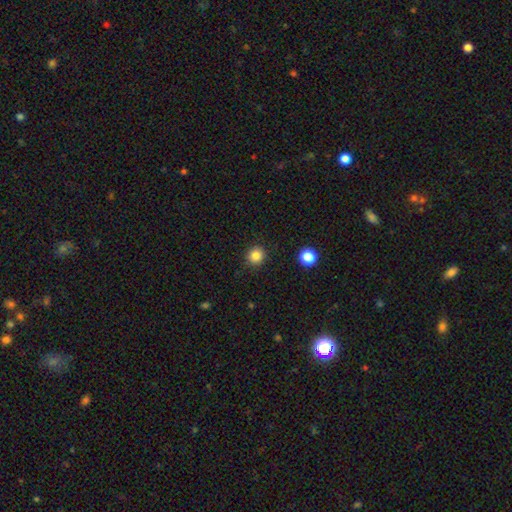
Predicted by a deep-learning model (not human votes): This appears to be a smooth galaxy with no disk features (84%) that is round (90%). Merging: none (91%).